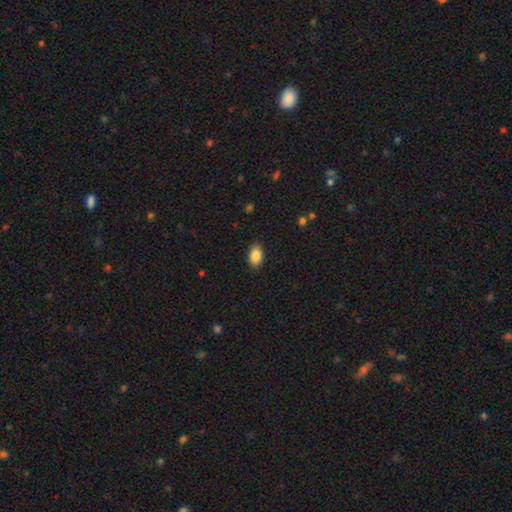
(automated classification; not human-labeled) Overall: smooth (87%). How rounded: in between (90%). Merging: none (88%).